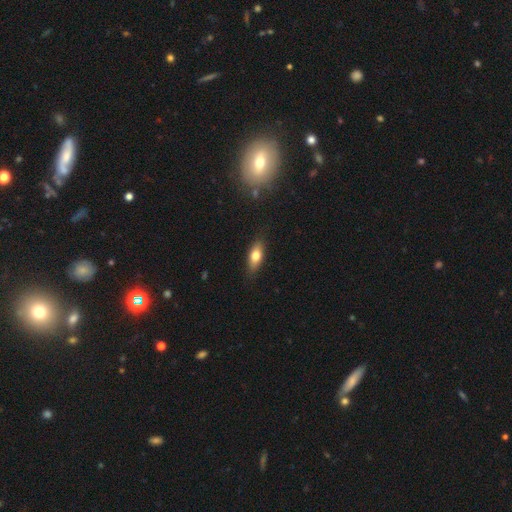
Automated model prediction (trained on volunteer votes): This is likely a smooth galaxy (71%). How rounded: likely in between (73%). Merging: clearly none (85%).